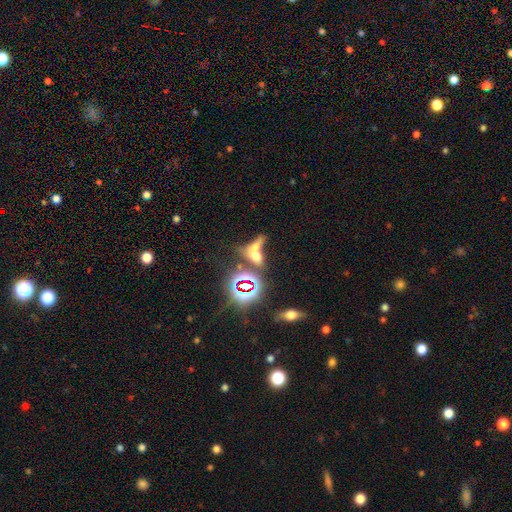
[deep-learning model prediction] smooth-or-featured: smooth: 47% | star or artifact: 31% | featured or disk: 22%
  merging: merger: 58% | none: 26% | minor disturbance: 8% | major disturbance: 8%